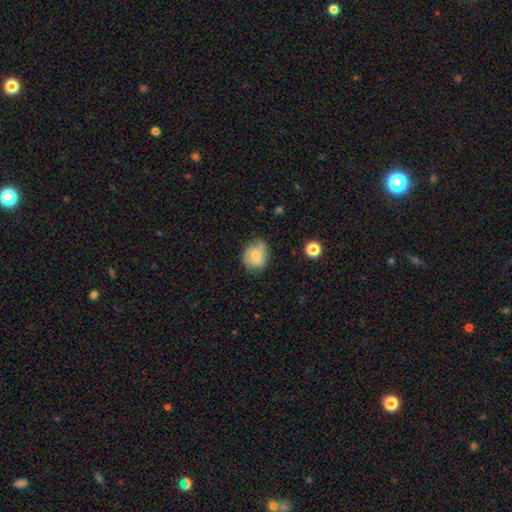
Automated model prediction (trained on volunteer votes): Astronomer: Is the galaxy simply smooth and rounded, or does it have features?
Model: smooth — 57% (runner-up: featured or disk, 35%).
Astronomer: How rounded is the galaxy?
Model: round — 70%.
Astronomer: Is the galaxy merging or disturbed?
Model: none — 63%.